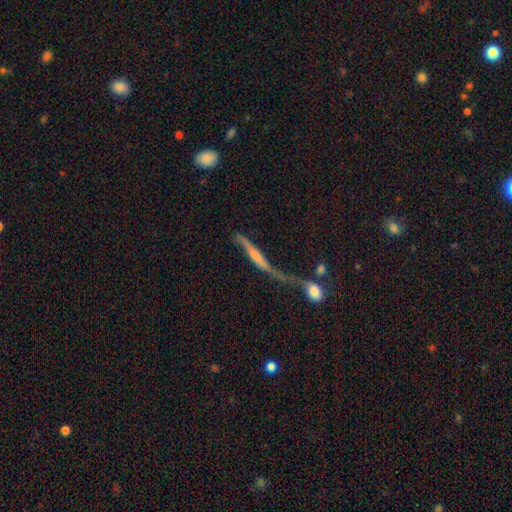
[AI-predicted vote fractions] Morphology: type=featured or disk (61%); edge-on=yes (68%); merging=none (35%).